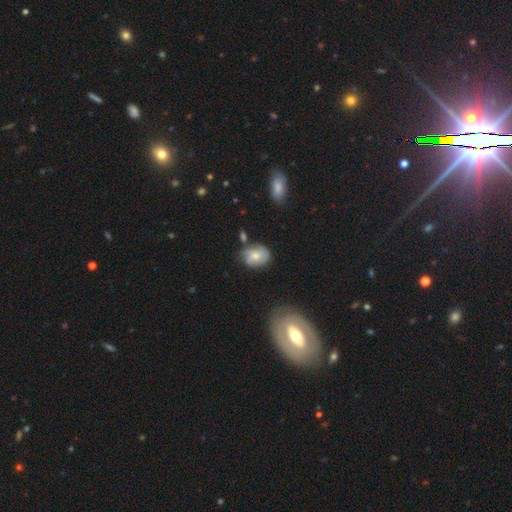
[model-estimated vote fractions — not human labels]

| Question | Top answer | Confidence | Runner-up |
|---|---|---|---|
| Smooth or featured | smooth | 53% | featured or disk (39%) |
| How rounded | in between | 57% | round (41%) |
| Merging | none | 54% | minor disturbance (29%) |